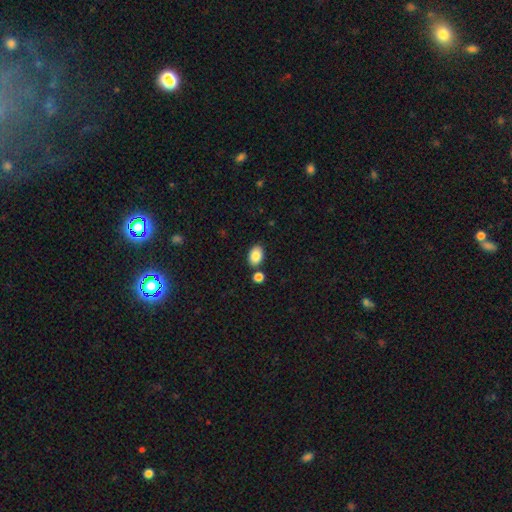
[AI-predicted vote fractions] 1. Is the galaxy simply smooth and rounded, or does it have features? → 87% smooth, 8% star or artifact, 5% featured or disk.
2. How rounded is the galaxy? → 87% in between, 12% round, 1% cigar-shaped.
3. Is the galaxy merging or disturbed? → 77% none, 10% minor disturbance, 10% merger, 3% major disturbance.